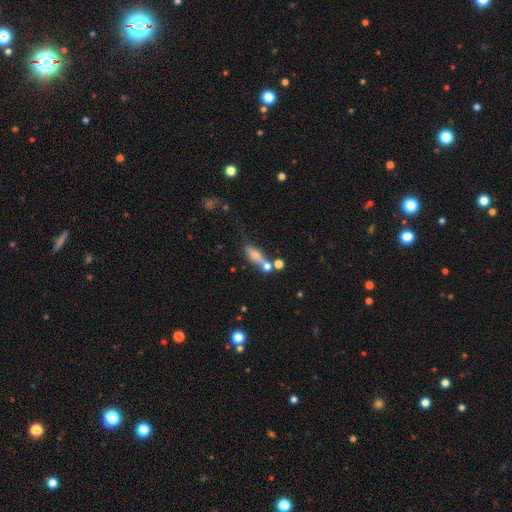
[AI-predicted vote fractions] Smooth or featured: smooth — 61% (featured or disk — 27%)
How rounded: cigar-shaped — 46% (tied with in between — 46%)
Merging: none — 38% (merger — 28%)